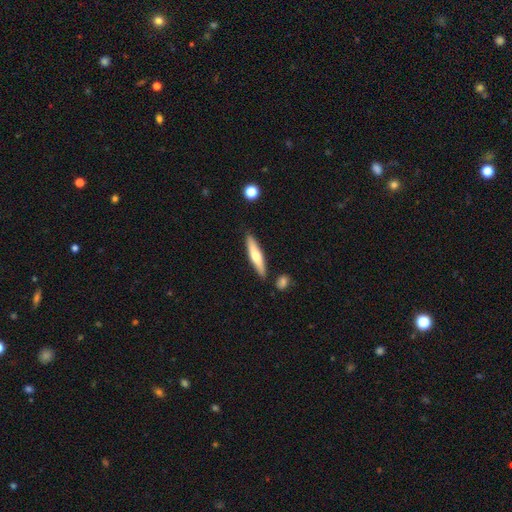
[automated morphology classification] Smooth or featured: smooth — 55% (featured or disk — 39%)
How rounded: cigar-shaped — 84% (in between — 14%)
Merging: none — 84% (minor disturbance — 10%)